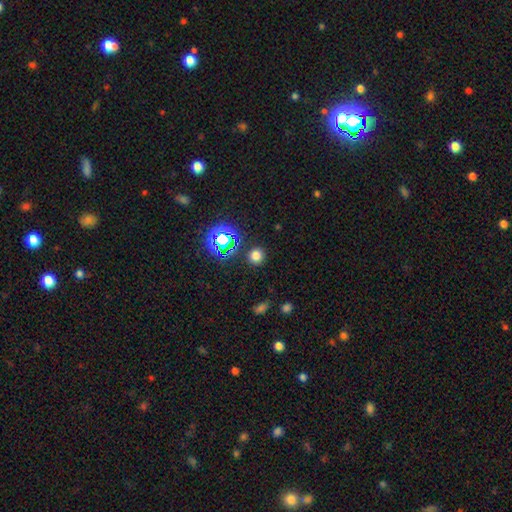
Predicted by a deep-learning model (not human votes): This is likely a smooth galaxy (70%). How rounded: clearly round (90%). Merging: clearly none (88%).